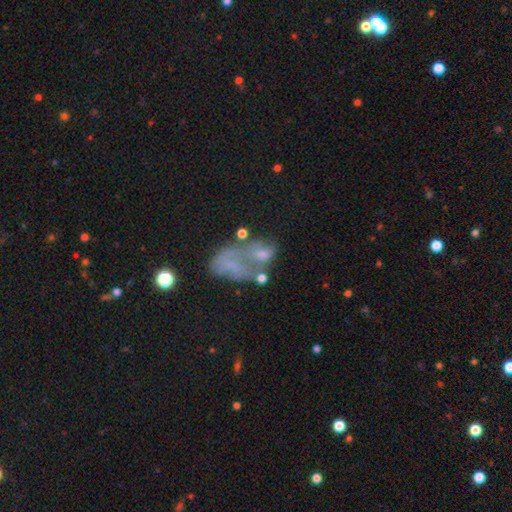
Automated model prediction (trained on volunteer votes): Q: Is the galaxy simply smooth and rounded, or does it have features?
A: featured or disk — 44%.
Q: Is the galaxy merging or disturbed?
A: major disturbance — 34%.